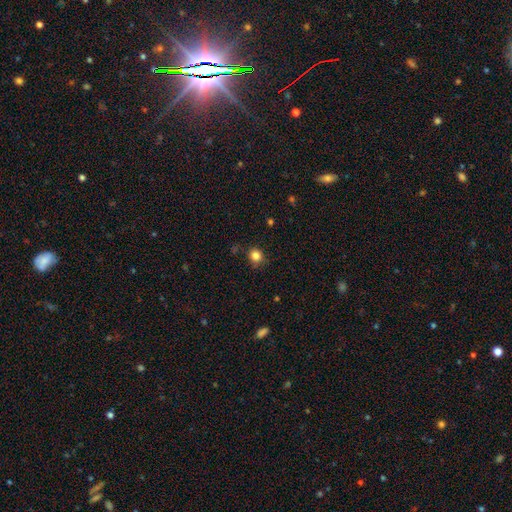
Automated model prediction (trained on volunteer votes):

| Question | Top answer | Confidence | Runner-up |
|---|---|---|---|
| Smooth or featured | smooth | 83% | star or artifact (12%) |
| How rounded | round | 88% | in between (12%) |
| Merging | none | 85% | minor disturbance (11%) |